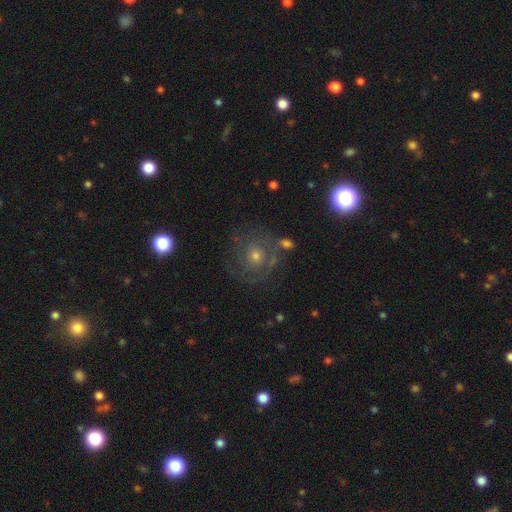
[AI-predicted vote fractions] Morphology: type=featured or disk (52%); edge-on=no (96%); bar=no (83%); spiral arms=yes (73%); bulge=moderate (47%); merging=none (77%).